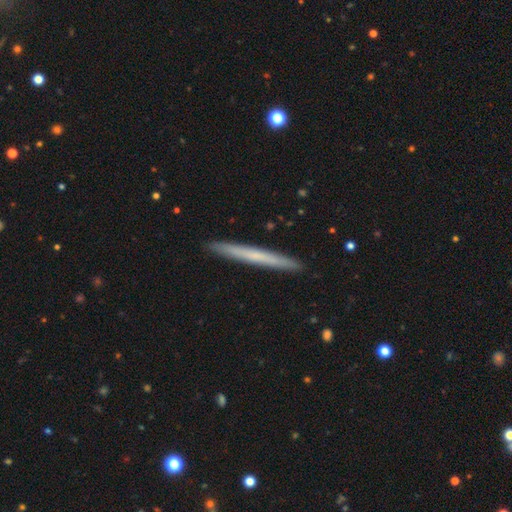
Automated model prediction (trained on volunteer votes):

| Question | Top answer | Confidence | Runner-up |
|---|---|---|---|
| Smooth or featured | smooth | 54% | featured or disk (40%) |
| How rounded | cigar-shaped | 97% | in between (1%) |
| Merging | none | 93% | minor disturbance (5%) |